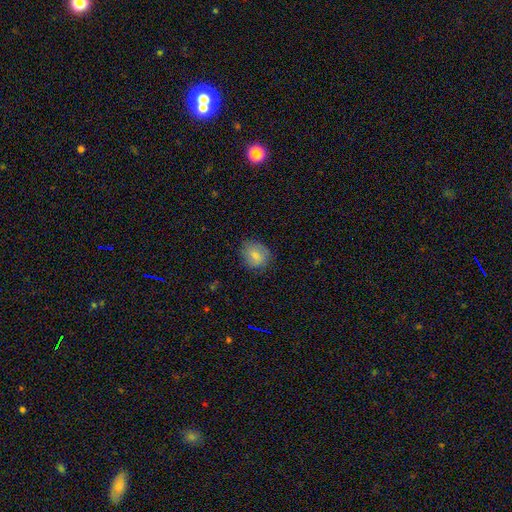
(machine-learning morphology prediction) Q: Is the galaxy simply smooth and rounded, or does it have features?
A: smooth — 81%.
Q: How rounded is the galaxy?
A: round — 66%.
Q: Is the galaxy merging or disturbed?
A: none — 79%.